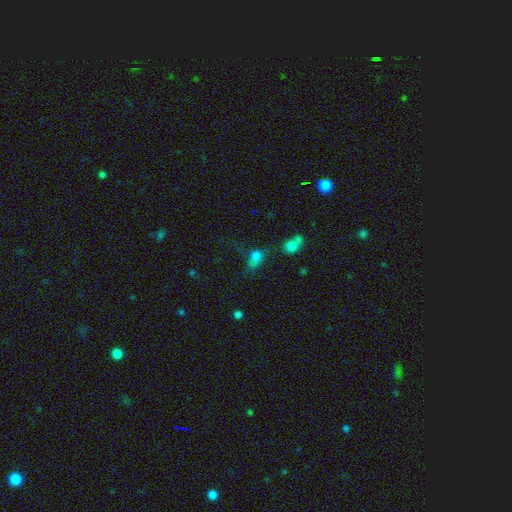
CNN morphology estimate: Smooth or featured? smooth (72%)
How rounded? in between (53%)
Merging? none (34%)